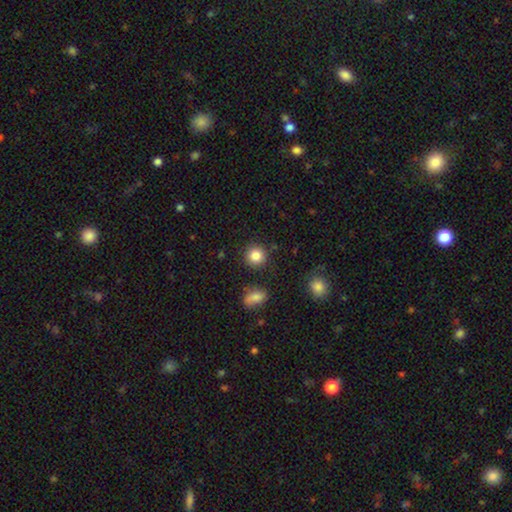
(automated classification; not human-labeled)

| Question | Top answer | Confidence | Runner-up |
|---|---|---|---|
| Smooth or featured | smooth | 85% | star or artifact (10%) |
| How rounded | round | 91% | in between (8%) |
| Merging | none | 87% | minor disturbance (8%) |